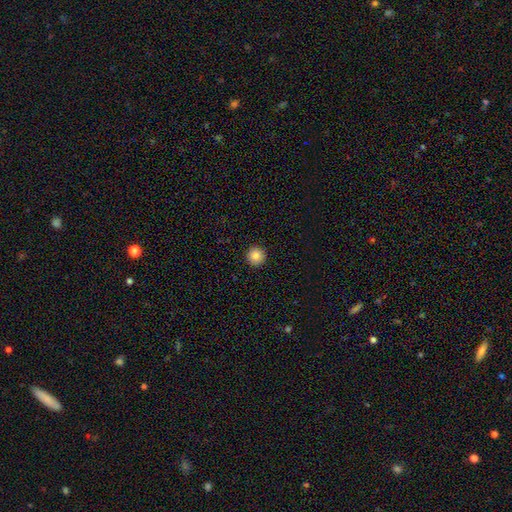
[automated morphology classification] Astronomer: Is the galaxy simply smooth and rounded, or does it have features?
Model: smooth — 86%.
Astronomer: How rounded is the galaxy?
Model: round — 96%.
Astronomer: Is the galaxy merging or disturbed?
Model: none — 94%.